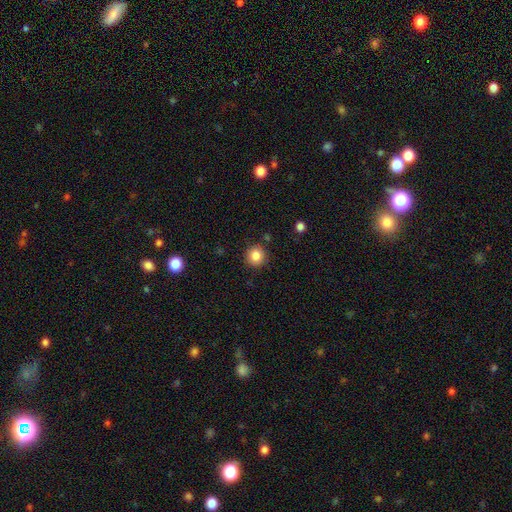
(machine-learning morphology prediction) Smooth or featured? smooth (84%)
How rounded? round (93%)
Merging? none (89%)